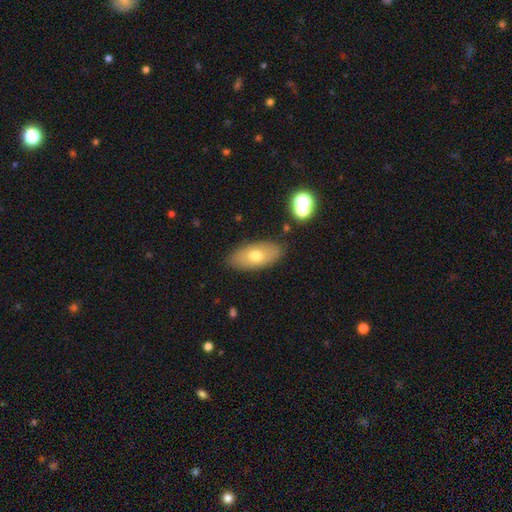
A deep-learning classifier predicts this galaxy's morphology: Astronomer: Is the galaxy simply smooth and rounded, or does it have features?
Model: smooth — 67%.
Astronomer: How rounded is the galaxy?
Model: in between — 89%.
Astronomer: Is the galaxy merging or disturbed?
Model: none — 83%.